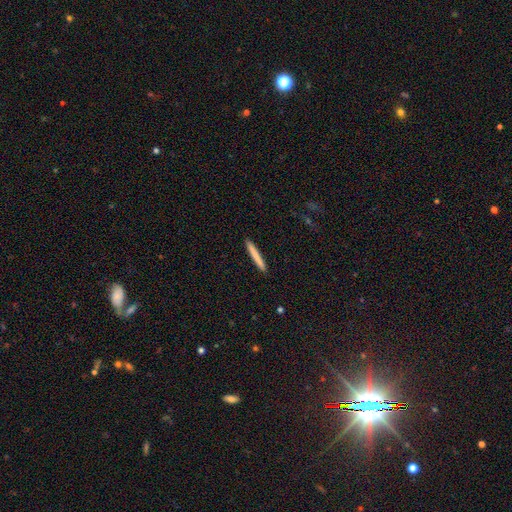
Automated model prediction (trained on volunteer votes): smooth-or-featured: smooth: 78% | featured or disk: 17% | star or artifact: 5%
  how-rounded: cigar-shaped: 97% | in between: 2% | round: 1%
  merging: none: 93% | minor disturbance: 5% | major disturbance: 1% | merger: 1%